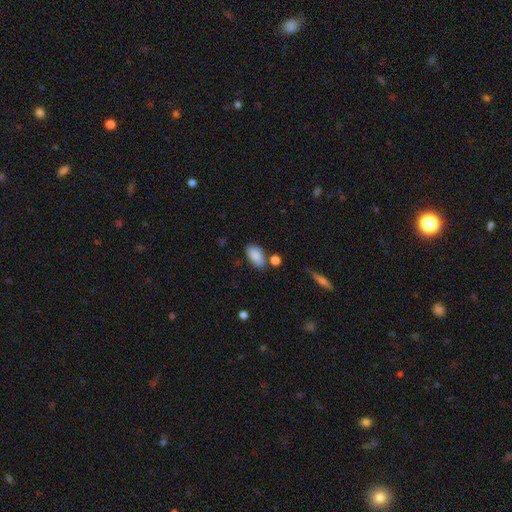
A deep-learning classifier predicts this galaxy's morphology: Smooth or featured?
  - smooth: 86% *
  - star or artifact: 7%
  - featured or disk: 7%
How rounded?
  - in between: 93% *
  - round: 4%
  - cigar-shaped: 3%
Merging?
  - none: 69% *
  - minor disturbance: 15%
  - merger: 11%
  - major disturbance: 4%